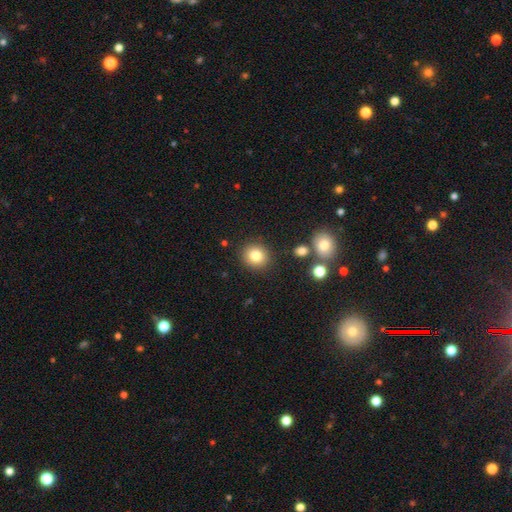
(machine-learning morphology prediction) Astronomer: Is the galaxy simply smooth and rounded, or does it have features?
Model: smooth — 81%.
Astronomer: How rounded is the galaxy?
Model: round — 85%.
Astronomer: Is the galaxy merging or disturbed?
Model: none — 87%.